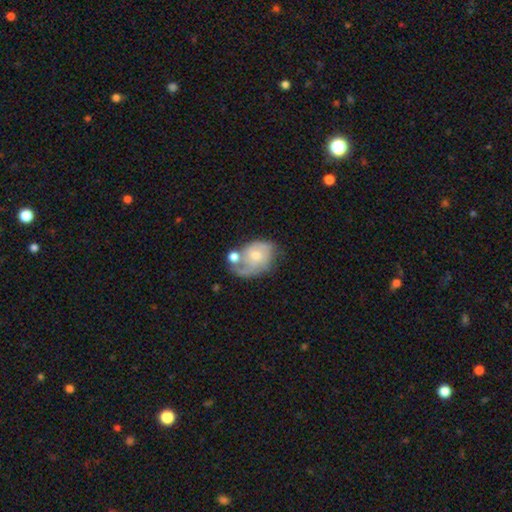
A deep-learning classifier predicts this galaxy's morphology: smooth_or_featured: featured or disk (p=0.61) [alt: smooth p=0.32]
disk_edge_on: no (p=0.97) [alt: yes p=0.03]
bar: no (p=0.68) [alt: weak p=0.28]
has_spiral_arms: yes (p=0.79) [alt: no p=0.21]
bulge_size: small (p=0.49) [alt: moderate p=0.42]
merging: none (p=0.33) [alt: merger p=0.26]